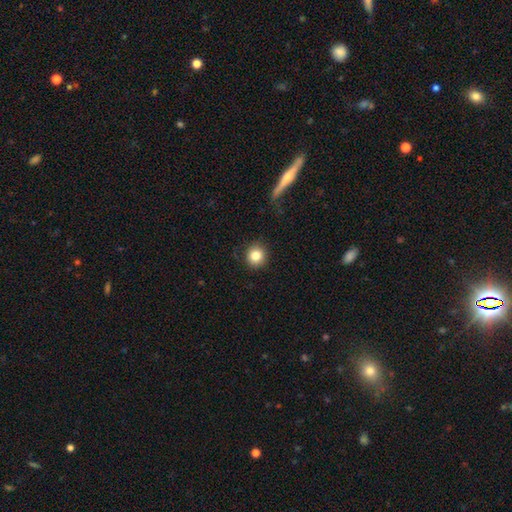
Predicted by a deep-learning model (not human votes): A smooth galaxy with no disk features (83%) that is round (91%). Merging: none (89%).